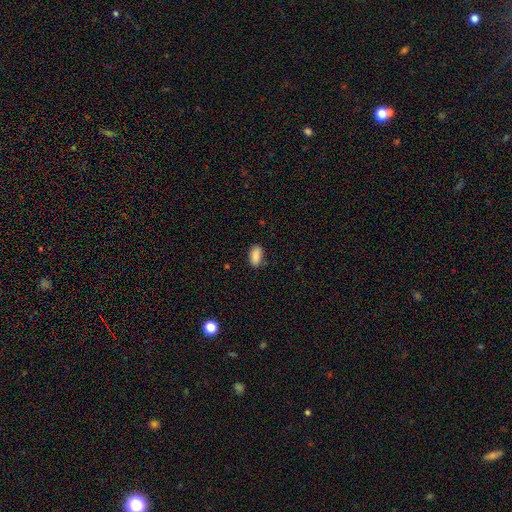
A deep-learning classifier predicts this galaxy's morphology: Overall: smooth (88%). How rounded: in between (91%). Merging: none (82%).